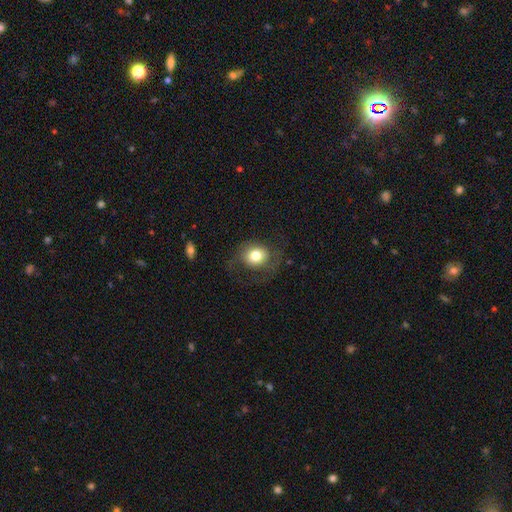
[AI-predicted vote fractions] Smooth or featured?
  - smooth: 71% *
  - featured or disk: 21%
  - star or artifact: 9%
How rounded?
  - round: 70% *
  - in between: 29%
  - cigar-shaped: 1%
Merging?
  - none: 59% *
  - major disturbance: 20%
  - minor disturbance: 19%
  - merger: 1%